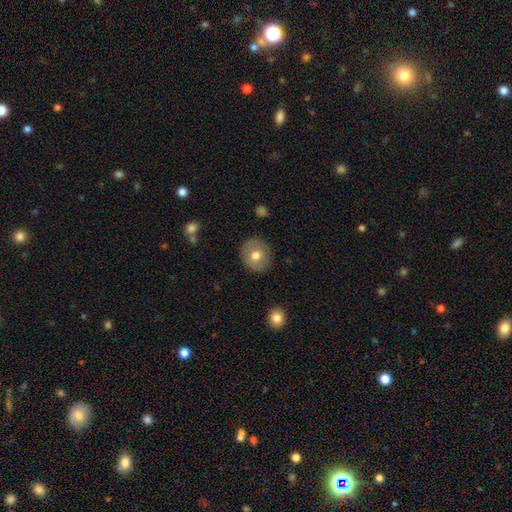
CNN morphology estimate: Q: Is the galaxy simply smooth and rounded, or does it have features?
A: smooth — 70%.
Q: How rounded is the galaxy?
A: round — 85%.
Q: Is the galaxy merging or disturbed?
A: none — 87%.